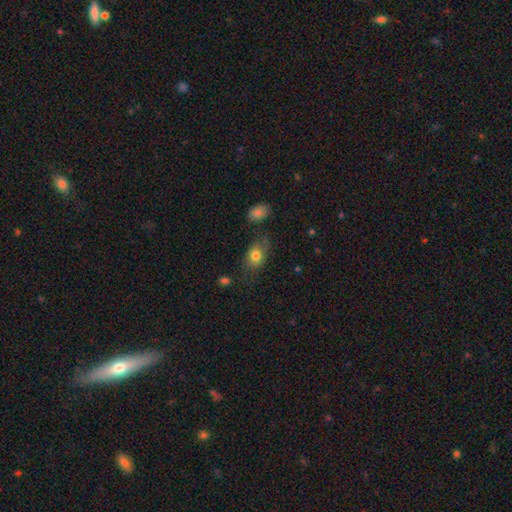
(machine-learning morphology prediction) smooth-or-featured: smooth: 78% | featured or disk: 13% | star or artifact: 9%
  how-rounded: in between: 76% | round: 22% | cigar-shaped: 2%
  merging: none: 62% | minor disturbance: 25% | major disturbance: 9% | merger: 5%